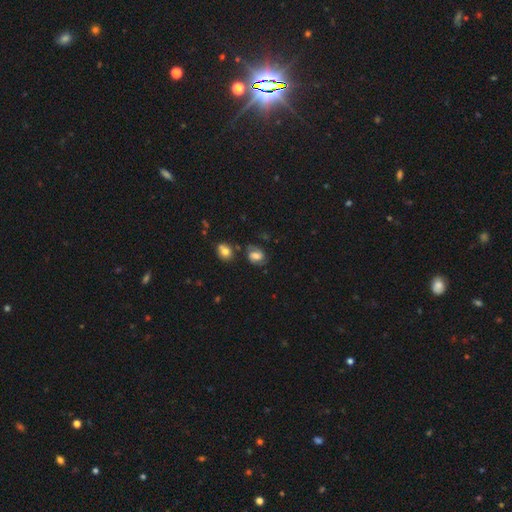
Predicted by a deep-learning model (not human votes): Smooth or featured: smooth — 53% (featured or disk — 36%)
How rounded: in between — 56% (round — 42%)
Merging: none — 65% (minor disturbance — 20%)